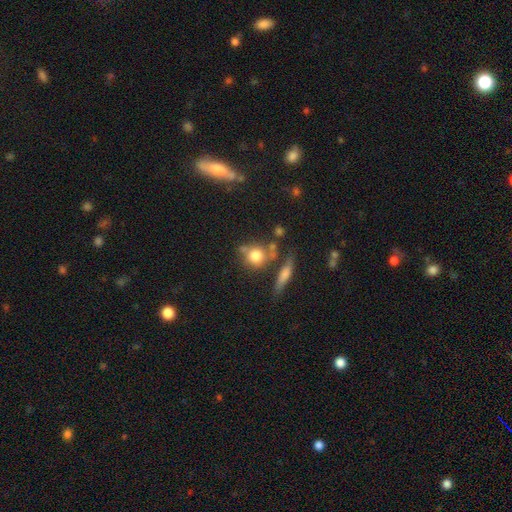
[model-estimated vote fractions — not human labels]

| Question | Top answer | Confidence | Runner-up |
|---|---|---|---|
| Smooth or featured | smooth | 74% | featured or disk (15%) |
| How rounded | round | 77% | in between (19%) |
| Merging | none | 56% | merger (21%) |